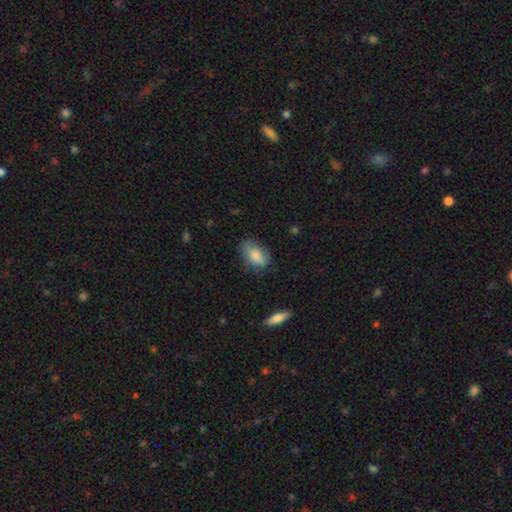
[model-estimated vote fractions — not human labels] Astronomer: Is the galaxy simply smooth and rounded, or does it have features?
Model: smooth — 79%.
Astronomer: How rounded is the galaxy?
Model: in between — 89%.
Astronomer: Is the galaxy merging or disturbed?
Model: none — 63%.